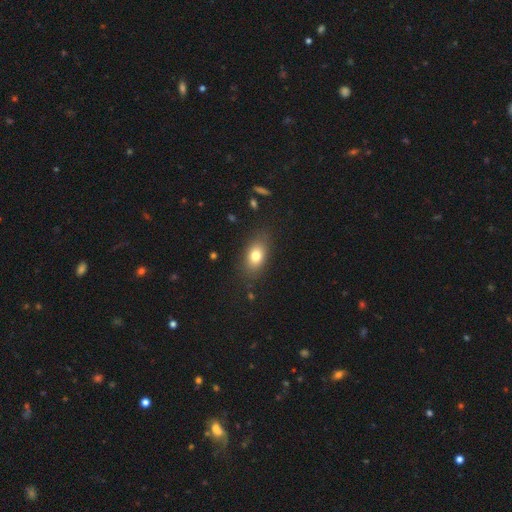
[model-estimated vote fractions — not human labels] Smooth or featured? Predicted: smooth (p=0.78). How rounded? Predicted: in between (p=0.80). Merging? Predicted: none (p=0.83).